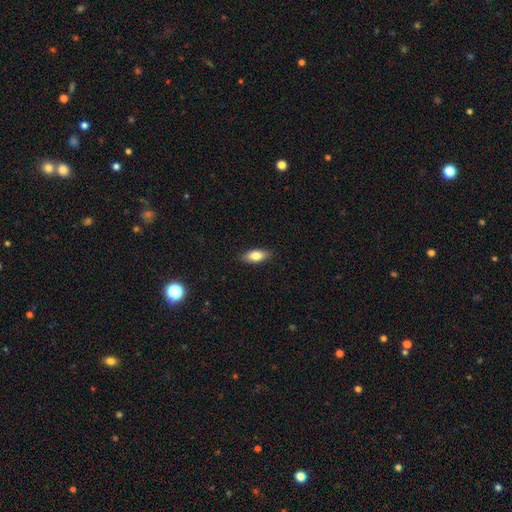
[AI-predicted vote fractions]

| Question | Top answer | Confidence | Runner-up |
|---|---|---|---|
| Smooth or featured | smooth | 78% | featured or disk (16%) |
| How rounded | in between | 80% | cigar-shaped (17%) |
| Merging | none | 88% | minor disturbance (9%) |